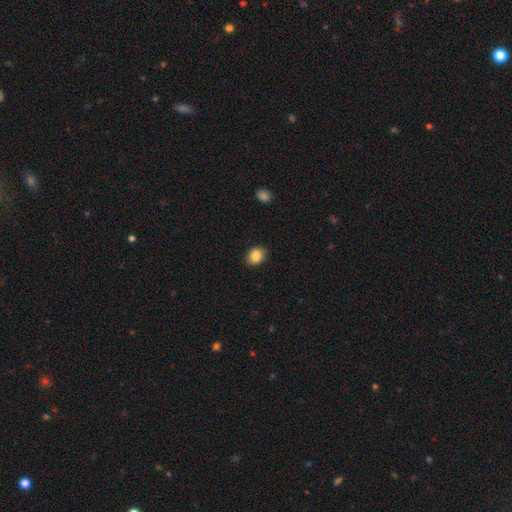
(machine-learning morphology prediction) This appears to be a smooth galaxy with no disk features (85%) that is in between round and cigar-shaped (61%). Merging: none (88%).